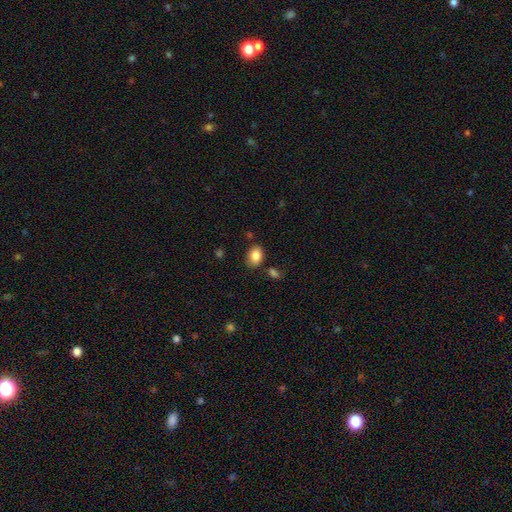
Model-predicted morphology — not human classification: Overall: smooth (85%). How rounded: in between (73%). Merging: none (80%).